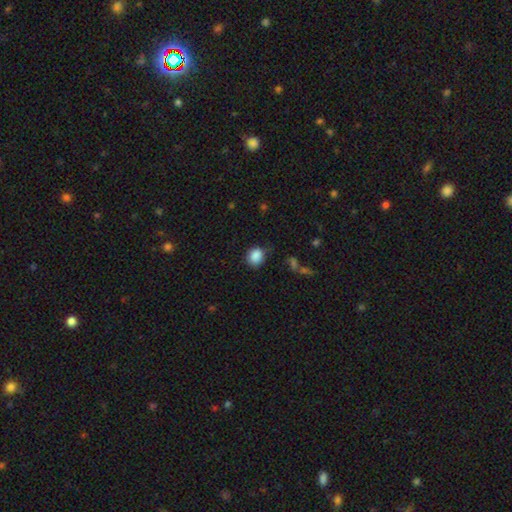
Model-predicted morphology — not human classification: Smooth or featured?
  - smooth: 87% *
  - star or artifact: 9%
  - featured or disk: 4%
How rounded?
  - round: 68% *
  - in between: 31%
  - cigar-shaped: 1%
Merging?
  - none: 74% *
  - minor disturbance: 19%
  - major disturbance: 5%
  - merger: 2%